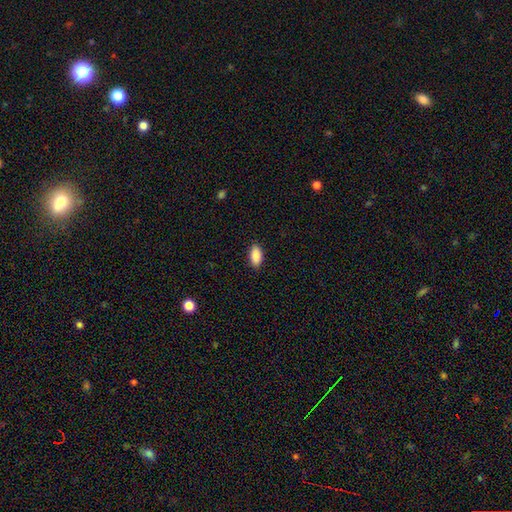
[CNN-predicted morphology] This is clearly a smooth galaxy (90%). How rounded: clearly in between (92%). Merging: clearly none (89%).